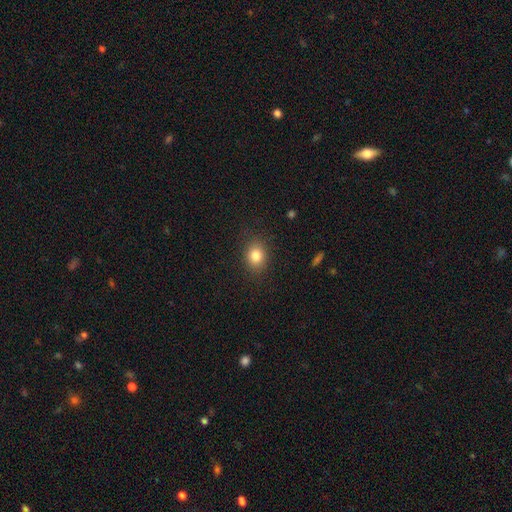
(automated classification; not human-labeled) smooth_or_featured: smooth (p=0.83) [alt: star or artifact p=0.10]
how_rounded: in between (p=0.51) [alt: round p=0.48]
merging: none (p=0.86) [alt: minor disturbance p=0.10]